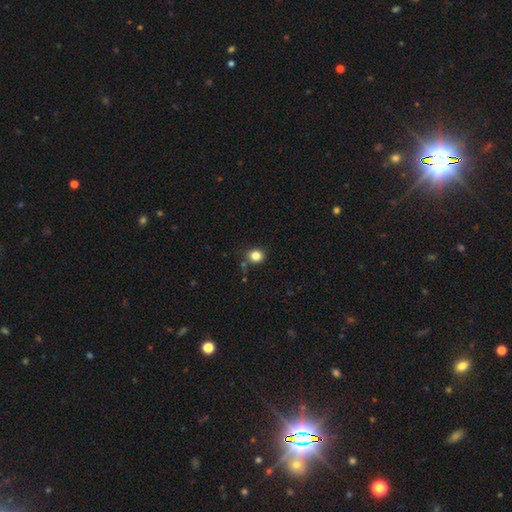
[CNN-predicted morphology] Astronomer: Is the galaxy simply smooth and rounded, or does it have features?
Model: smooth — 83%.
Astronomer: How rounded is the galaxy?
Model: round — 81%.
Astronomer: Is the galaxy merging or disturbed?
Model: none — 82%.